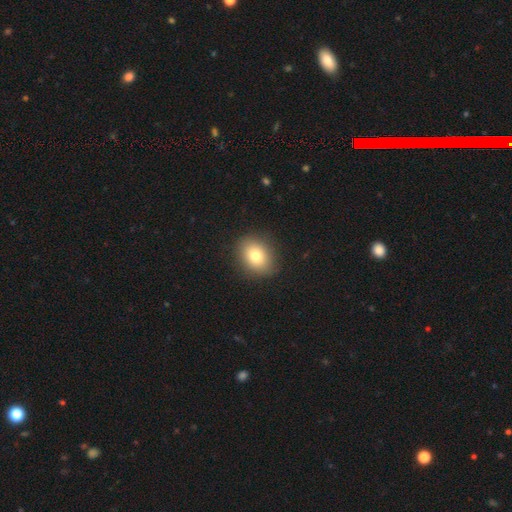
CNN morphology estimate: Smooth or featured: smooth — 78% (featured or disk — 12%)
How rounded: in between — 57% (round — 42%)
Merging: none — 88% (minor disturbance — 9%)